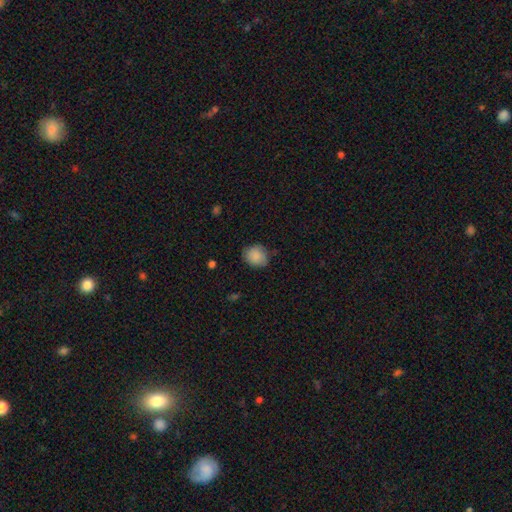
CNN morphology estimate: Overall: smooth (87%). How rounded: round (67%; in between 32%). Merging: none (75%).